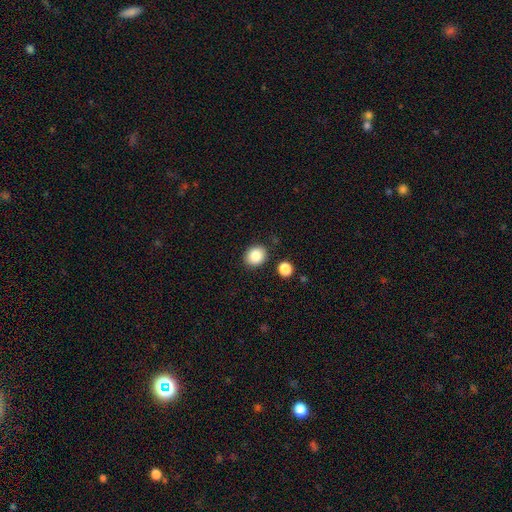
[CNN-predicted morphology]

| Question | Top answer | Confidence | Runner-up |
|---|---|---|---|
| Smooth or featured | smooth | 86% | star or artifact (9%) |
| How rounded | round | 63% | in between (36%) |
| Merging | none | 86% | minor disturbance (8%) |